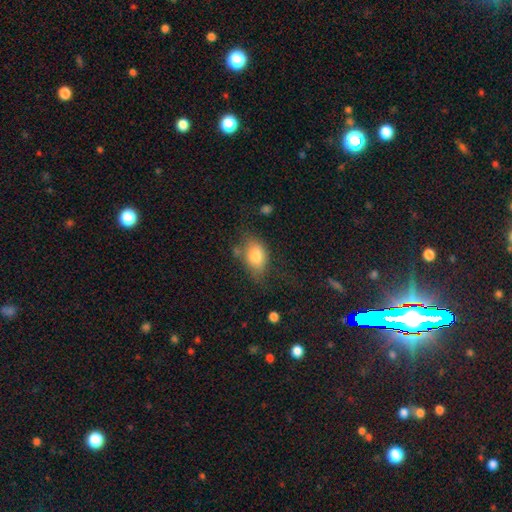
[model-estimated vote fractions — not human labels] Q: Smooth or featured?
A: smooth (77%); runner-up: featured or disk (15%)
Q: How rounded?
A: in between (84%); runner-up: round (14%)
Q: Merging?
A: none (51%); runner-up: minor disturbance (28%)